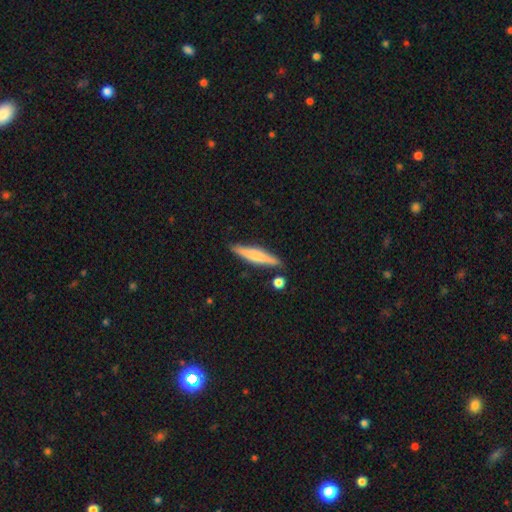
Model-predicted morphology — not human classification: smooth 57%, featured or disk 37%, star or artifact 6%. Down the decision tree: how rounded — cigar-shaped (89%); merging — none (82%).